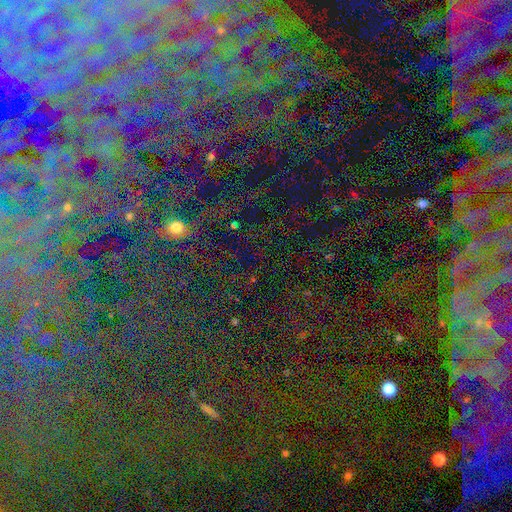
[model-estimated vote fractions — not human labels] This appears to be a star or artifact, not a galaxy (73%).